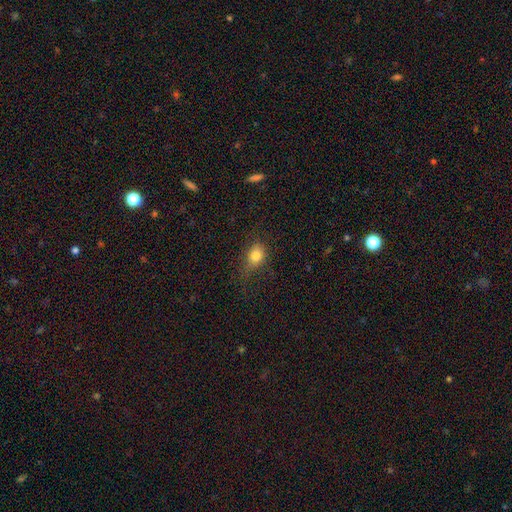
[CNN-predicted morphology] smooth 80%, star or artifact 12%, featured or disk 8%. Down the decision tree: how rounded — in between (50%); merging — none (65%).